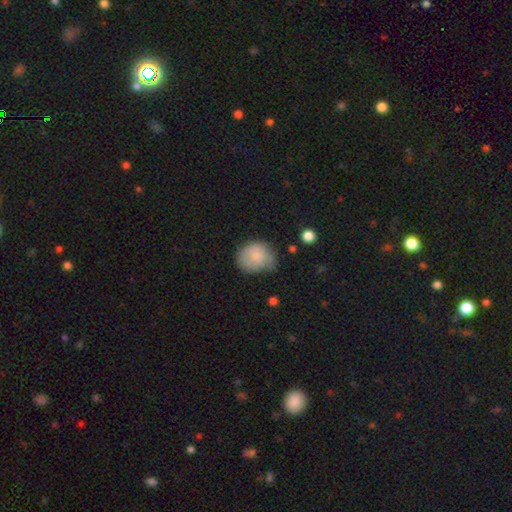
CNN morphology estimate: A smooth galaxy with no disk features (72%) that is round (62%).

Vote fractions:
- Smooth or featured? smooth: 72% / featured or disk: 20% / star or artifact: 7%
- How rounded? round: 62% / in between: 37% / cigar-shaped: 1%
- Merging? none: 47% / minor disturbance: 37% / major disturbance: 13% / merger: 3%